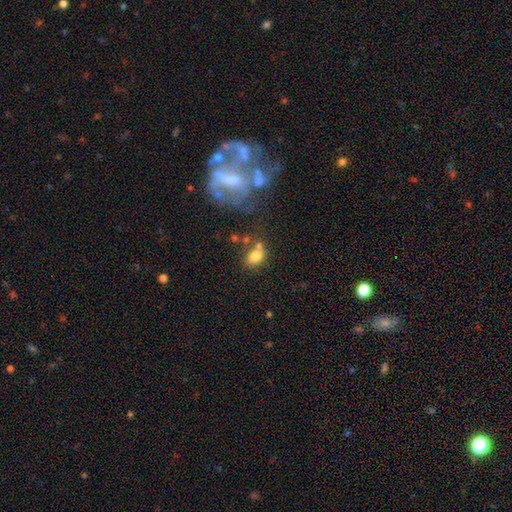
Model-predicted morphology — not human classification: Overall: smooth (77%). How rounded: in between (75%). Merging: none (50%; merger 25%).